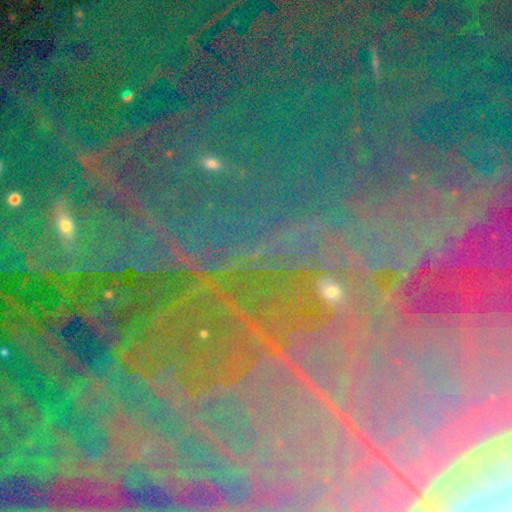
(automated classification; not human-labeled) A star or artifact, not a galaxy (86%).